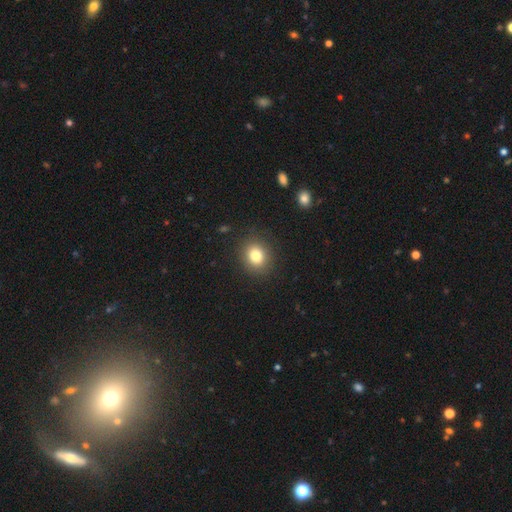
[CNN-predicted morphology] This appears to be a smooth galaxy with no disk features (82%) that is round (69%). Merging: none (88%).